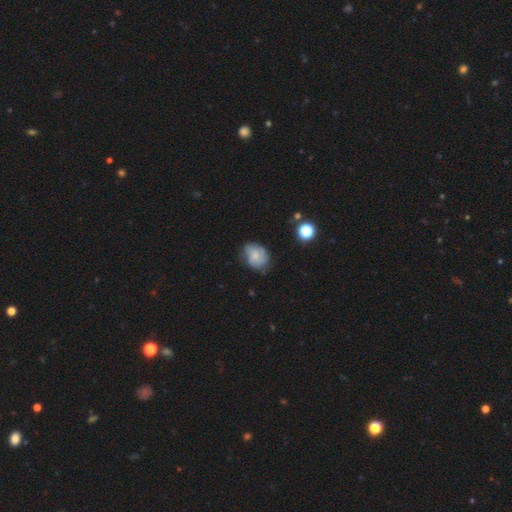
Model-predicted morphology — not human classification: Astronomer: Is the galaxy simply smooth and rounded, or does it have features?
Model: smooth — 62%.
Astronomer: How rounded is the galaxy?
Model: in between — 52% (runner-up: round, 47%).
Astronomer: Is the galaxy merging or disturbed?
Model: none — 59%.